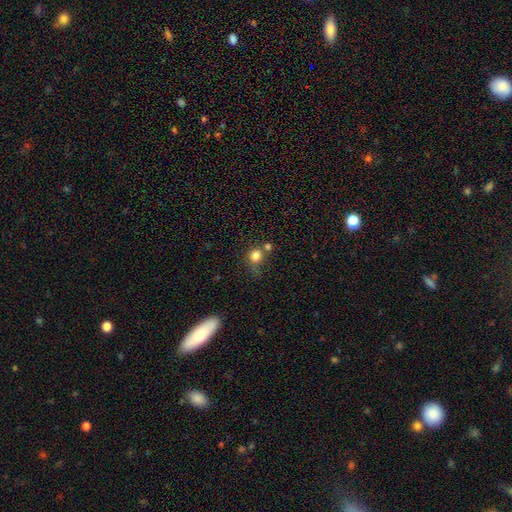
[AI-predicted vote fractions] smooth 80%, star or artifact 12%, featured or disk 8%. Down the decision tree: how rounded — round (80%); merging — none (51%).